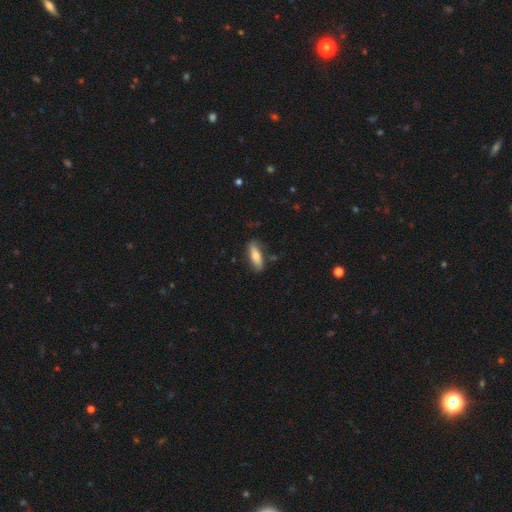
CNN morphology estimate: Smooth or featured?
  - smooth: 70% *
  - featured or disk: 23%
  - star or artifact: 6%
How rounded?
  - in between: 57% *
  - cigar-shaped: 40%
  - round: 2%
Merging?
  - none: 78% *
  - minor disturbance: 17%
  - major disturbance: 4%
  - merger: 2%